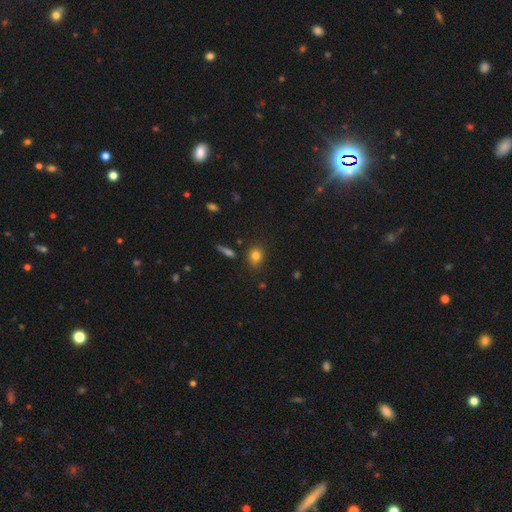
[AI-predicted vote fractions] This is clearly a smooth galaxy (80%). How rounded: likely round (62%). Merging: likely none (75%).